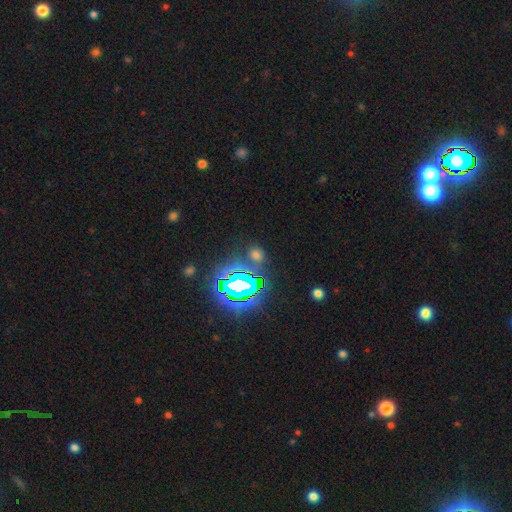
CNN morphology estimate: Smooth or featured: star or artifact — 48% (smooth — 43%)